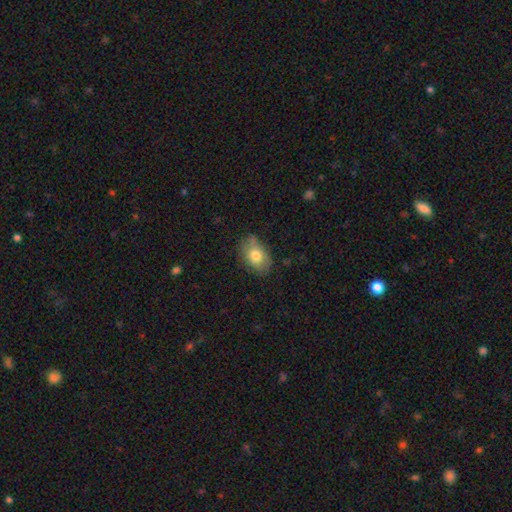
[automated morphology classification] Smooth or featured? Predicted: smooth (p=0.76). How rounded? Predicted: in between (p=0.83). Merging? Predicted: none (p=0.71).